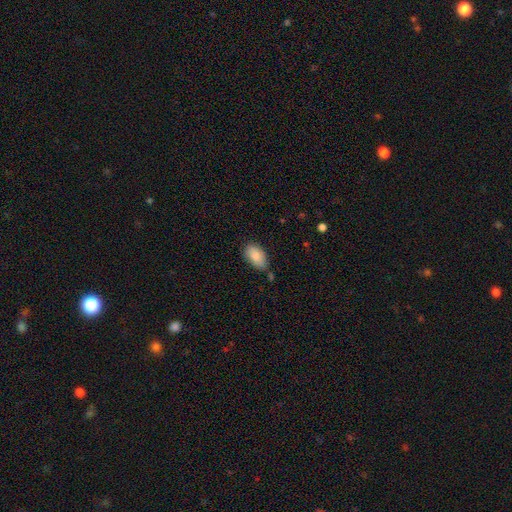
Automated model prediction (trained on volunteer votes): This is clearly a smooth galaxy (87%). How rounded: clearly in between (94%). Merging: likely none (71%).